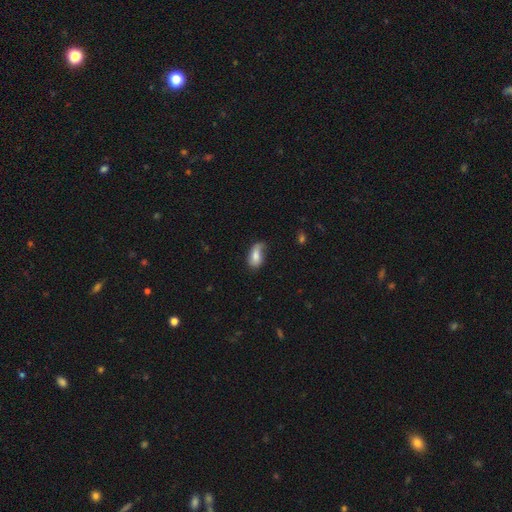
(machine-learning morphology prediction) A smooth galaxy with no disk features (67%) that is in between round and cigar-shaped (89%). Merging: none (41%).